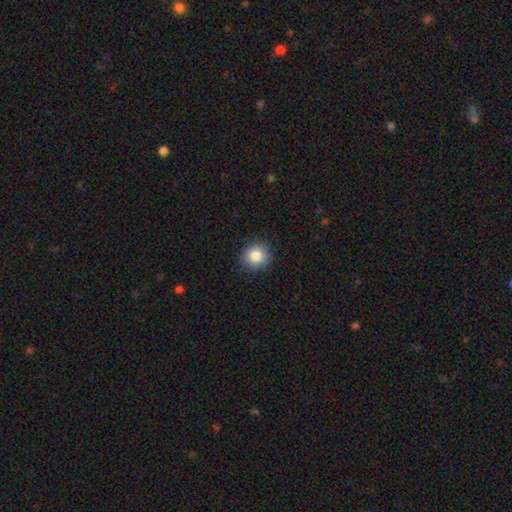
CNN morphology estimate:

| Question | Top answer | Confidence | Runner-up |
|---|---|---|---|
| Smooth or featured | smooth | 85% | star or artifact (9%) |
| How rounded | round | 86% | in between (13%) |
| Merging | none | 88% | minor disturbance (9%) |